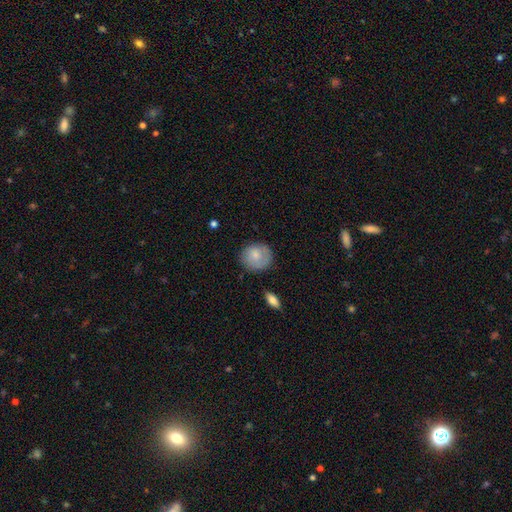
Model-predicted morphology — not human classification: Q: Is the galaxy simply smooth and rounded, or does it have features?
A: smooth — 77%.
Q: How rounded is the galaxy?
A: round — 82%.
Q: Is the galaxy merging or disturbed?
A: none — 76%.